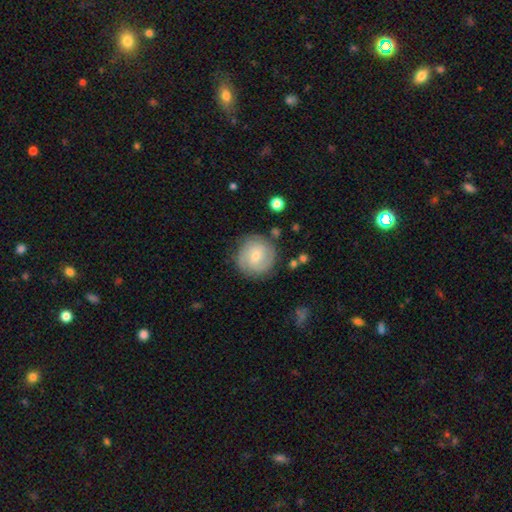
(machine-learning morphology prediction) Smooth or featured? Predicted: featured or disk (p=0.65). Edge-on disk? Predicted: no (p=0.98). Bar? Predicted: weak (p=0.47). Spiral arms? Predicted: yes (p=0.91). Spiral winding? Predicted: tight (p=0.63). Spiral arm count? Predicted: 2 (p=0.44). Bulge size? Predicted: small (p=0.61). Merging? Predicted: none (p=0.81).